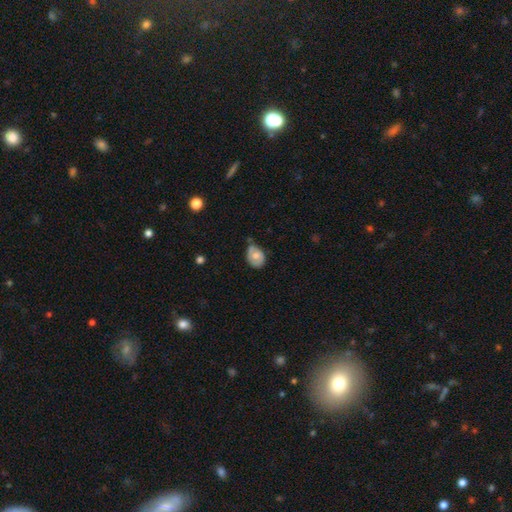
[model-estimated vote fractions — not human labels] Morphology: type=smooth (63%); roundness=in between (70%); merging=none (46%).